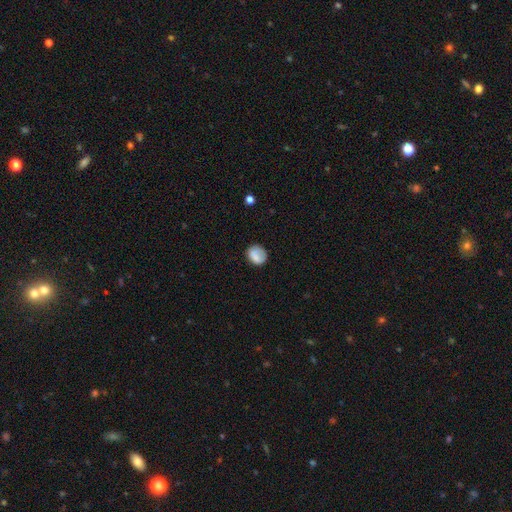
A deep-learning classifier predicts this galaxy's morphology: smooth 81%, featured or disk 11%, star or artifact 8%. Down the decision tree: how rounded — round (62%); merging — none (71%).